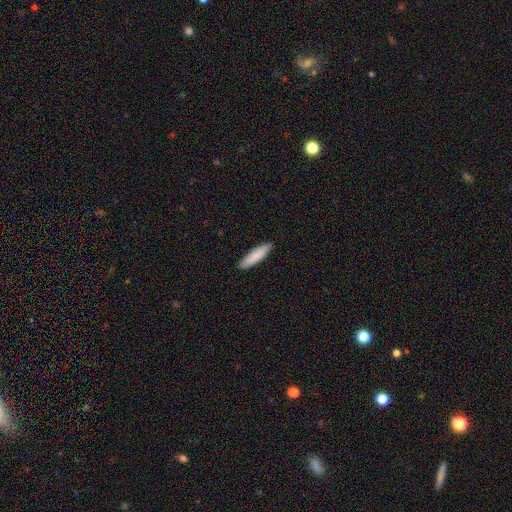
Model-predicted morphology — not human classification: Q: Smooth or featured?
A: smooth (86%); runner-up: featured or disk (9%)
Q: How rounded?
A: cigar-shaped (76%); runner-up: in between (22%)
Q: Merging?
A: none (90%); runner-up: minor disturbance (7%)